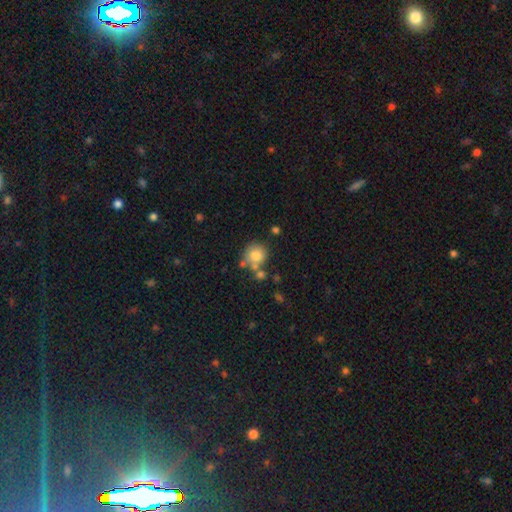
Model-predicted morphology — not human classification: The model was most divided on "merging": none: 60%, merger: 20%, minor disturbance: 14%, major disturbance: 5%. More confident: how rounded — round (88%); smooth or featured — smooth (77%).